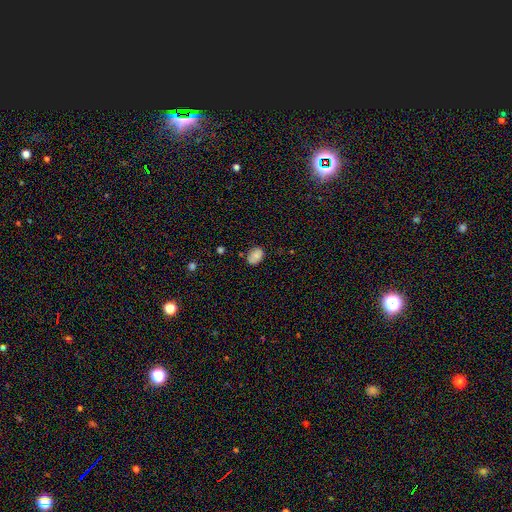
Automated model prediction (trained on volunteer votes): Q: Smooth or featured?
A: smooth (82%); runner-up: star or artifact (10%)
Q: How rounded?
A: in between (71%); runner-up: round (28%)
Q: Merging?
A: none (73%); runner-up: minor disturbance (20%)